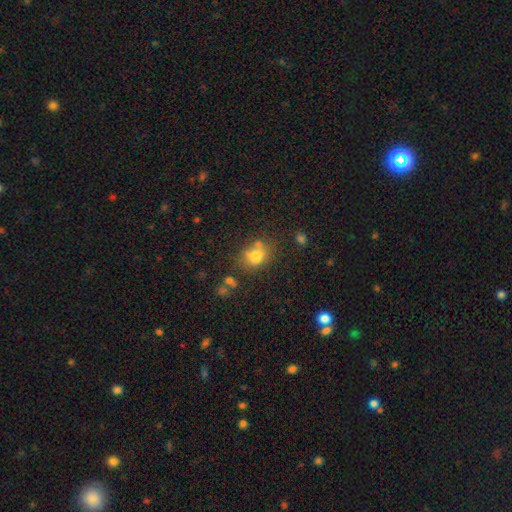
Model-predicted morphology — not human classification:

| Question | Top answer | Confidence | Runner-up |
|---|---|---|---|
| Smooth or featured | smooth | 75% | star or artifact (13%) |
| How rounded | round | 50% | in between (49%) |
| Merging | none | 56% | merger (20%) |